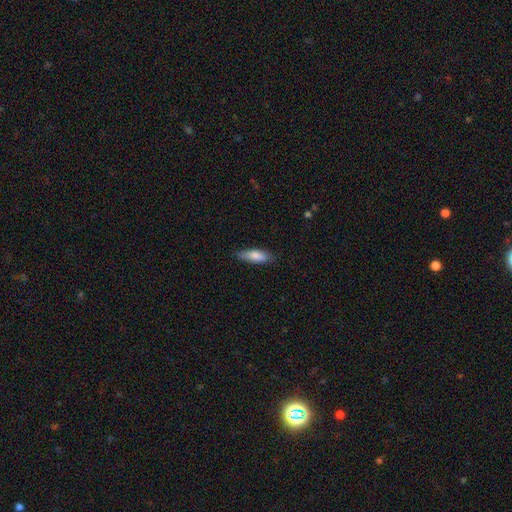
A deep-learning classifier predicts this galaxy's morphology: Smooth or featured? smooth (83%)
How rounded? in between (53%)
Merging? none (78%)